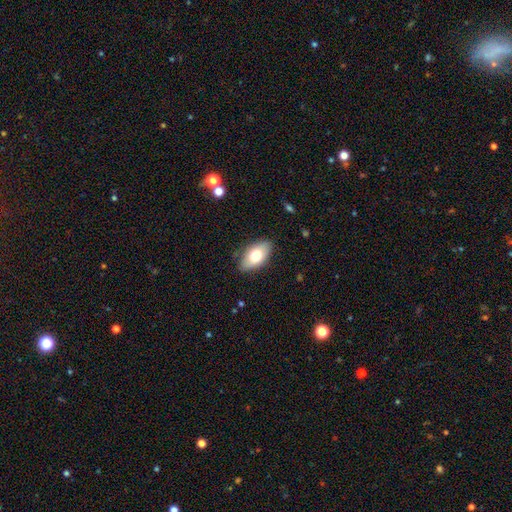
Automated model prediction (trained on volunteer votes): A smooth galaxy with no disk features (75%) that is in between round and cigar-shaped (93%). Merging: none (83%).